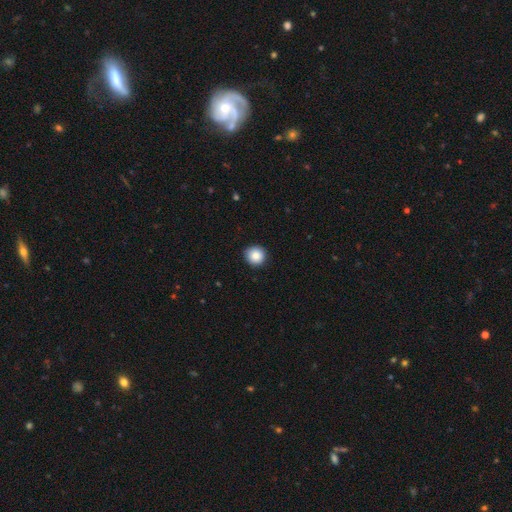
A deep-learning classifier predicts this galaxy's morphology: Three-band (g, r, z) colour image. It shows a smooth galaxy with no disk features (86%) that is round (94%). Merging: none (91%).